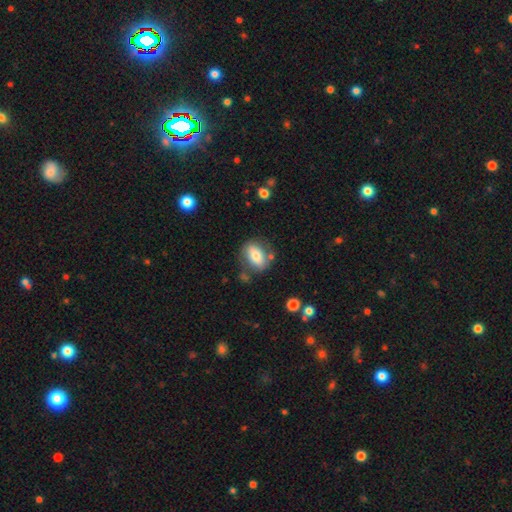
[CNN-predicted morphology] Smooth or featured? Predicted: smooth (p=0.69). How rounded? Predicted: in between (p=0.82). Merging? Predicted: none (p=0.69).